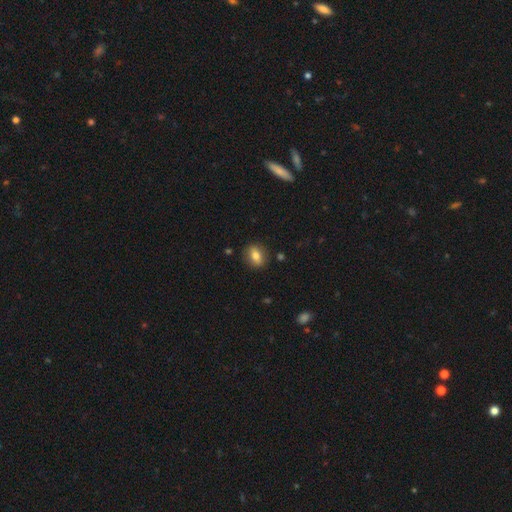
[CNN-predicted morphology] type=smooth (73%); roundness=in between (61%); merging=none (85%).